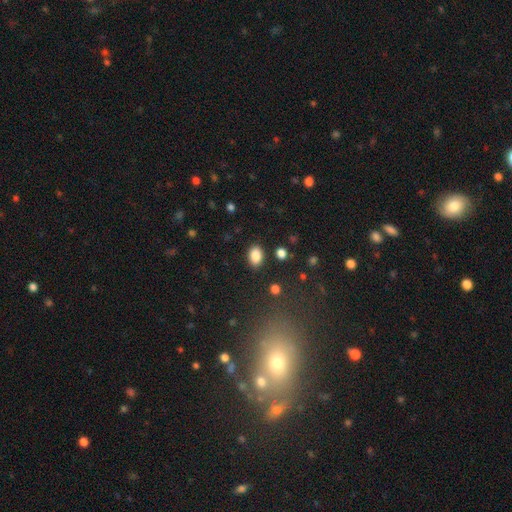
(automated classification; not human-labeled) The model was most divided on "how rounded": in between: 79%, round: 19%, cigar-shaped: 1%. More confident: smooth or featured — smooth (87%); merging — none (85%).